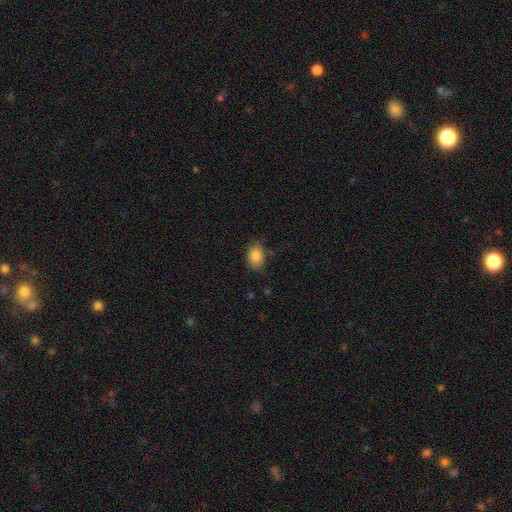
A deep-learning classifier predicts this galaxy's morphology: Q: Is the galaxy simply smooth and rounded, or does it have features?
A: smooth — 86%.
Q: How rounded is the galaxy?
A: in between — 79%.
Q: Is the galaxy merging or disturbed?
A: none — 81%.